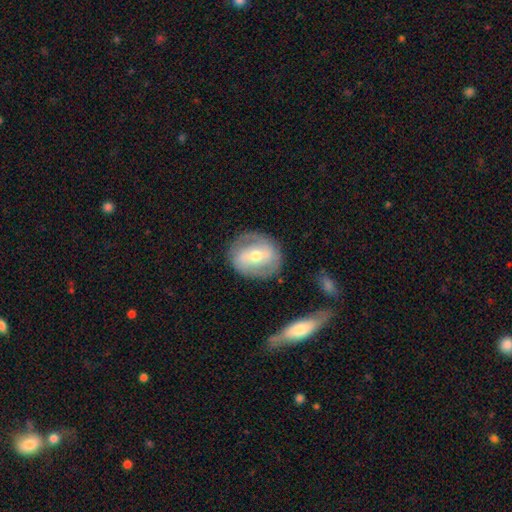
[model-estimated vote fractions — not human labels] The model was most divided on "bar": weak: 38%, strong: 35%, no: 27%. More confident: edge-on disk — no (95%); merging — none (81%); spiral arms — yes (66%); bulge size — moderate (65%); smooth or featured — featured or disk (64%).